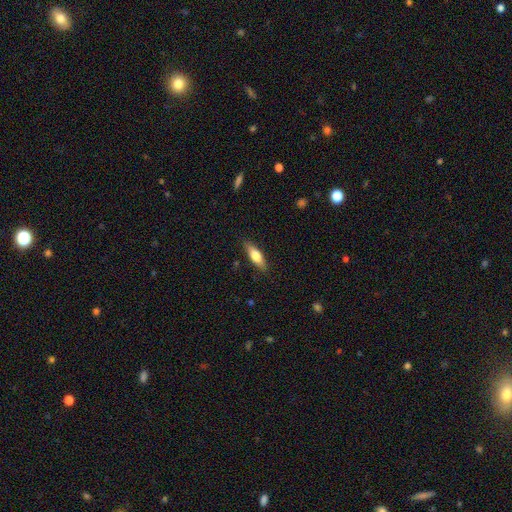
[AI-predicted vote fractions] Smooth or featured: smooth — 67% (featured or disk — 27%)
How rounded: in between — 50% (cigar-shaped — 48%)
Merging: none — 85% (minor disturbance — 11%)